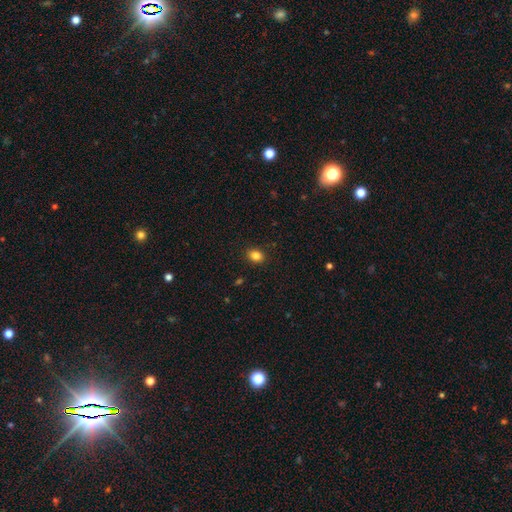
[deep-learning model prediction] This appears to be a smooth galaxy with no disk features (84%) that is in between round and cigar-shaped (58%). Merging: none (89%).